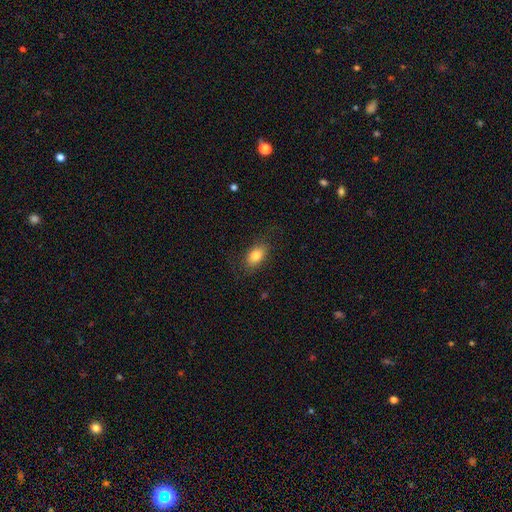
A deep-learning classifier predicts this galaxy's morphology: Q: Smooth or featured?
A: smooth (81%); runner-up: featured or disk (11%)
Q: How rounded?
A: in between (87%); runner-up: round (10%)
Q: Merging?
A: none (80%); runner-up: minor disturbance (14%)